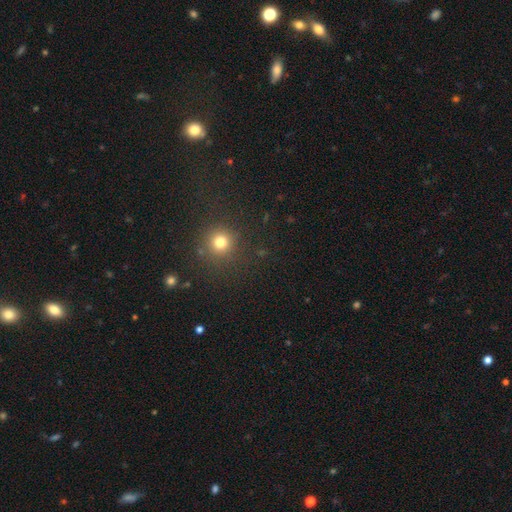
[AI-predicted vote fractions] The model was most divided on "smooth or featured": smooth: 53%, star or artifact: 40%, featured or disk: 7%. More confident: how rounded — round (93%); merging — none (85%).